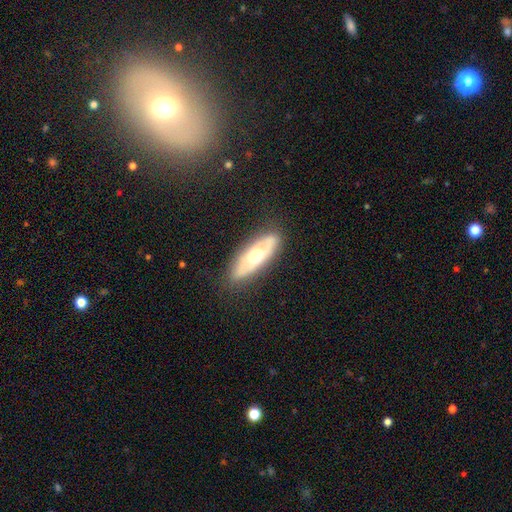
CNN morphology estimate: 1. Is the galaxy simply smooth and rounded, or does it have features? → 58% featured or disk, 36% smooth, 6% star or artifact.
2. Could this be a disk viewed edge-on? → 66% no, 34% yes.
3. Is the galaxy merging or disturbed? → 83% none, 12% minor disturbance, 4% major disturbance, 1% merger.